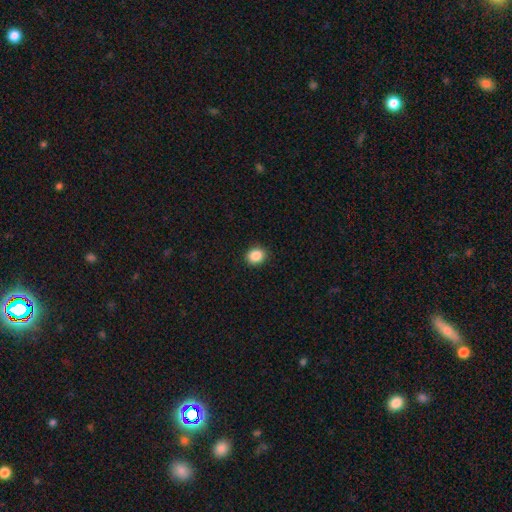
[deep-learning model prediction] The model was most divided on "how rounded": round: 60%, in between: 39%, cigar-shaped: 1%. More confident: merging — none (90%); smooth or featured — smooth (88%).